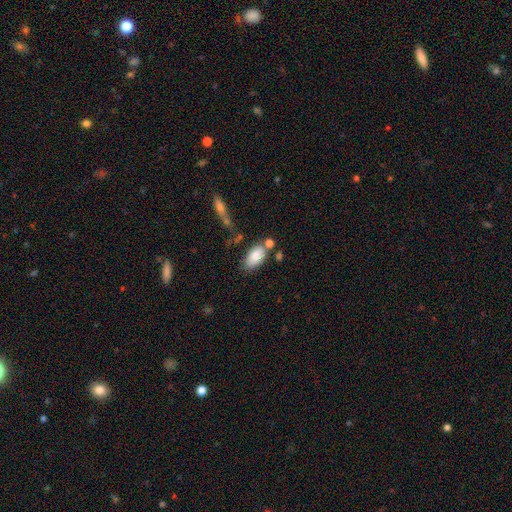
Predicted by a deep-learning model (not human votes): Smooth or featured? Predicted: smooth (p=0.83). How rounded? Predicted: in between (p=0.93). Merging? Predicted: none (p=0.63).